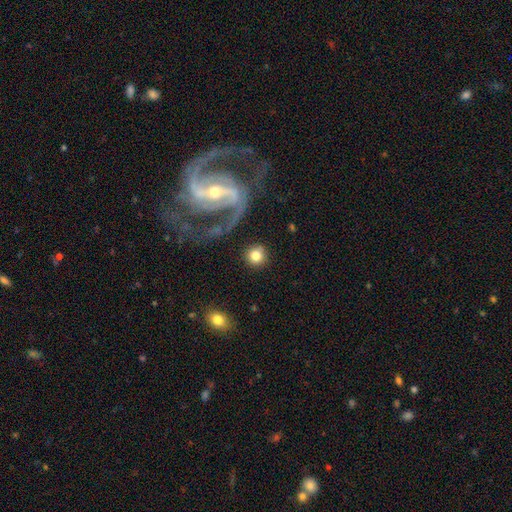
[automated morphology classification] smooth-or-featured: smooth: 76% | featured or disk: 16% | star or artifact: 8%
  how-rounded: round: 93% | in between: 6% | cigar-shaped: 1%
  merging: none: 84% | minor disturbance: 7% | major disturbance: 5% | merger: 4%